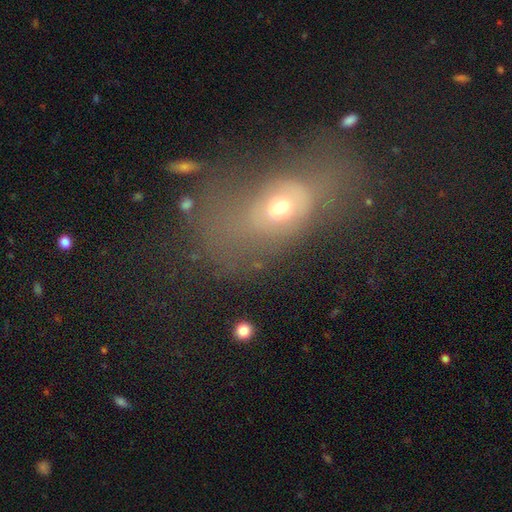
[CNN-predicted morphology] Q: Smooth or featured?
A: smooth (47%); runner-up: featured or disk (33%)
Q: Merging?
A: none (40%); runner-up: major disturbance (33%)